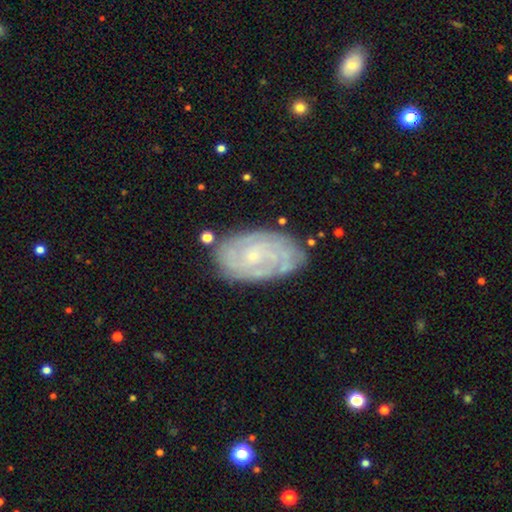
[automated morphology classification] smooth_or_featured: featured or disk (p=0.78) [alt: smooth p=0.15]
disk_edge_on: no (p=0.96) [alt: yes p=0.04]
bar: no (p=0.73) [alt: weak p=0.23]
has_spiral_arms: yes (p=0.92) [alt: no p=0.08]
spiral_winding: tight (p=0.74) [alt: medium p=0.21]
spiral_arm_count: can't tell (p=0.42) [alt: 2 p=0.18]
bulge_size: small (p=0.80) [alt: moderate p=0.15]
merging: none (p=0.75) [alt: minor disturbance p=0.18]